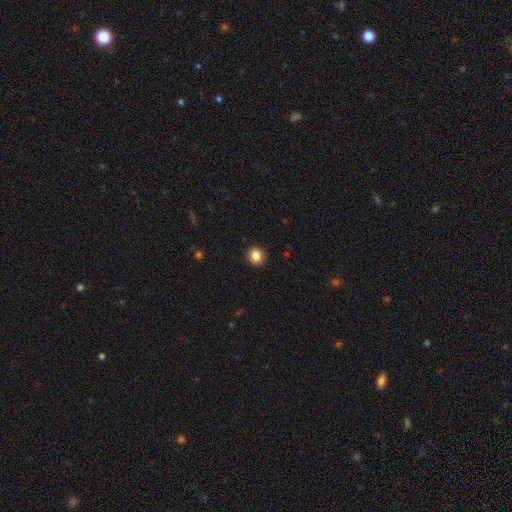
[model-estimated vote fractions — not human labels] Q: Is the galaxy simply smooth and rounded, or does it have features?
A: smooth — 86%.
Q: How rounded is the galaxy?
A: round — 90%.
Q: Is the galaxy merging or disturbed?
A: none — 92%.